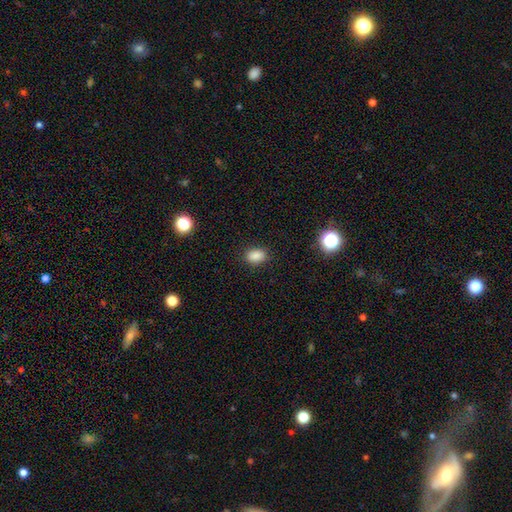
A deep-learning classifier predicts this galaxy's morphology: This appears to be a smooth galaxy with no disk features (85%) that is in between round and cigar-shaped (79%). Merging: none (87%).